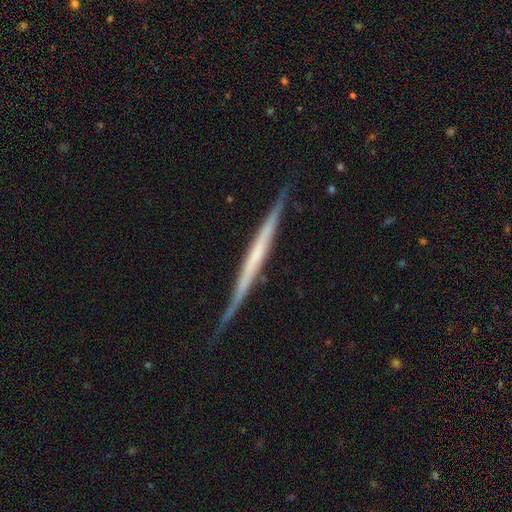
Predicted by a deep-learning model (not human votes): Smooth or featured?
  - featured or disk: 72% *
  - smooth: 23%
  - star or artifact: 5%
Edge-on disk?
  - yes: 97% *
  - no: 3%
Edge-on bulge?
  - none: 81% *
  - rounded: 11%
  - boxy: 8%
Merging?
  - none: 84% *
  - minor disturbance: 13%
  - major disturbance: 2%
  - merger: 1%